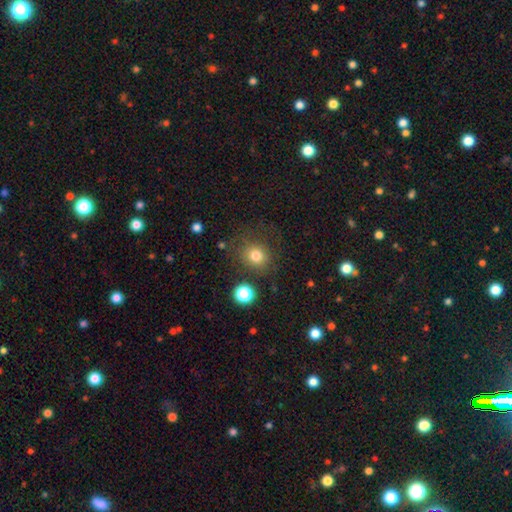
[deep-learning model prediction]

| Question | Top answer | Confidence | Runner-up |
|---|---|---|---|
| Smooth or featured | smooth | 79% | star or artifact (14%) |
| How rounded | round | 81% | in between (18%) |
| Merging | none | 76% | minor disturbance (13%) |